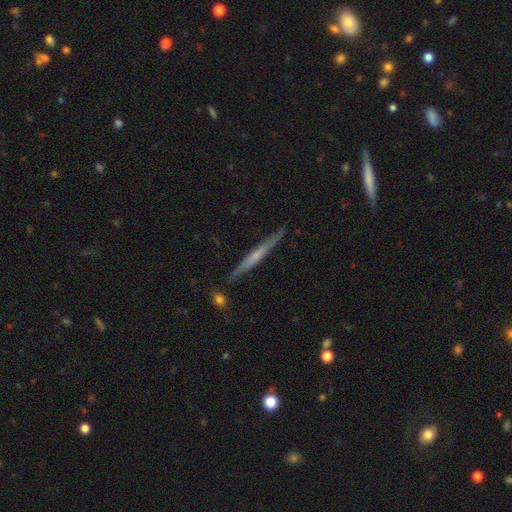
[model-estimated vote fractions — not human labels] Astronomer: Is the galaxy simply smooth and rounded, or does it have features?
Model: featured or disk — 60%.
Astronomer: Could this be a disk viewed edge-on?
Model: yes — 97%.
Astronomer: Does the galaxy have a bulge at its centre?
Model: none — 58%.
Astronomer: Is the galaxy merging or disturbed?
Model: none — 87%.